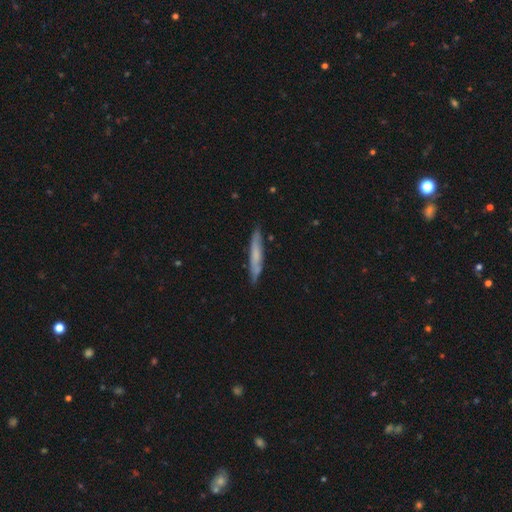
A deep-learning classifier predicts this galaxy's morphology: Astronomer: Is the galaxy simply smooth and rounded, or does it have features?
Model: smooth — 54% (runner-up: featured or disk, 40%).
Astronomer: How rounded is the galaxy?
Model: cigar-shaped — 93%.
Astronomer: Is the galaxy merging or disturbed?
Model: none — 82%.